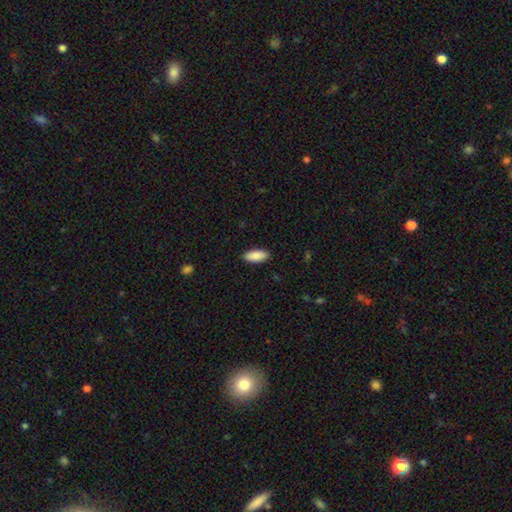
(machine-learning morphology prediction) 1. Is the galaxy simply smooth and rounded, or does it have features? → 90% smooth, 6% star or artifact, 4% featured or disk.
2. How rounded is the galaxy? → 84% in between, 14% cigar-shaped, 2% round.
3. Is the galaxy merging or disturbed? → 90% none, 8% minor disturbance, 2% major disturbance, 1% merger.